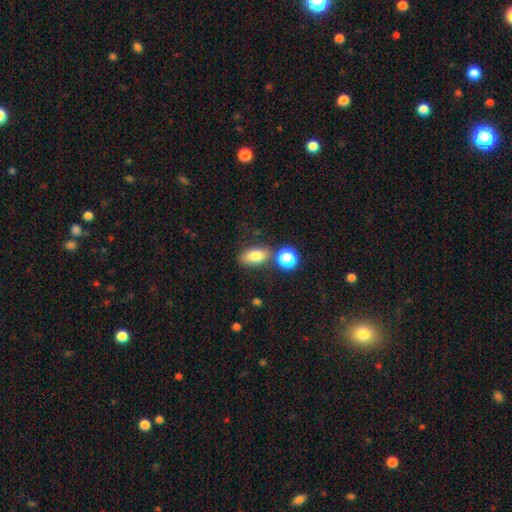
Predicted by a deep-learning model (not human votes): The model was most divided on "merging": none: 71%, minor disturbance: 13%, merger: 11%, major disturbance: 4%. More confident: how rounded — in between (84%); smooth or featured — smooth (79%).